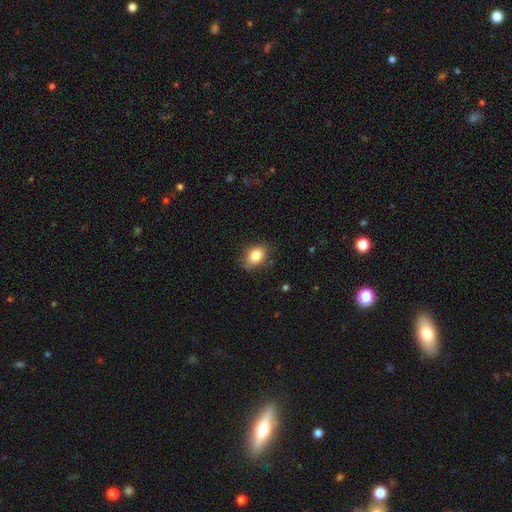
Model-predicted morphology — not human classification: smooth_or_featured: smooth (p=0.83) [alt: star or artifact p=0.09]
how_rounded: in between (p=0.71) [alt: round p=0.27]
merging: none (p=0.76) [alt: minor disturbance p=0.19]